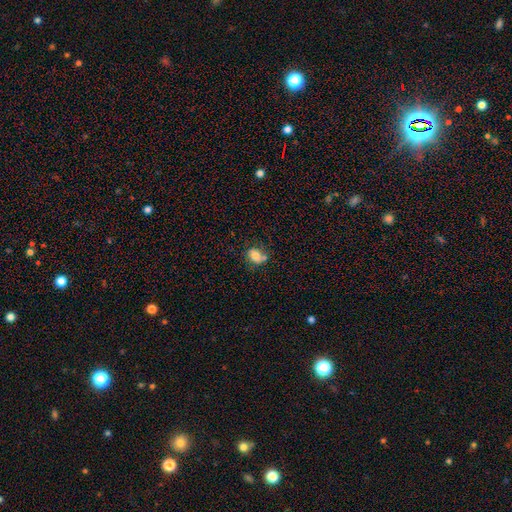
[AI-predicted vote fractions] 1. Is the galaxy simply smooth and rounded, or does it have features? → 76% smooth, 14% featured or disk, 11% star or artifact.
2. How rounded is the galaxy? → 50% round, 49% in between, 1% cigar-shaped.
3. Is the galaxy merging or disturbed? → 54% none, 21% minor disturbance, 18% merger, 7% major disturbance.